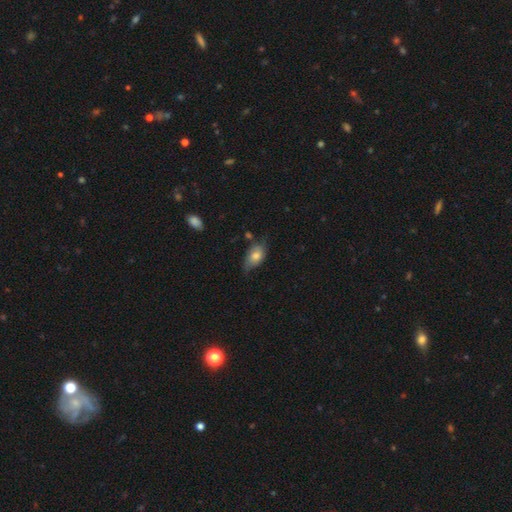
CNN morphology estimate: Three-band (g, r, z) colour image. It shows a smooth galaxy with no disk features (73%) that is in between round and cigar-shaped (89%). Merging: none (52%).